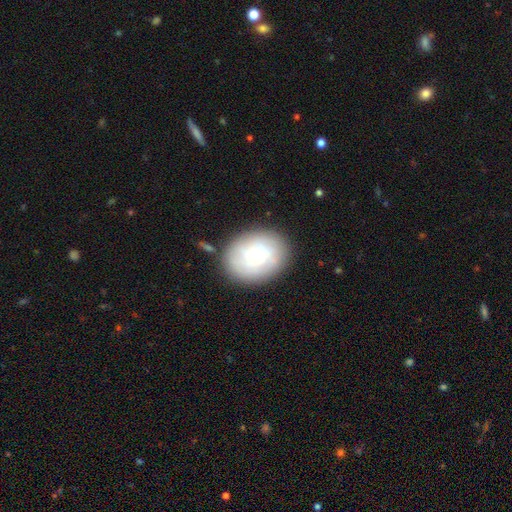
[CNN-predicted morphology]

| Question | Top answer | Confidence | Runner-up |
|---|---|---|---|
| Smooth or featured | smooth | 63% | featured or disk (29%) |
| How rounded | in between | 60% | round (39%) |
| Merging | none | 80% | minor disturbance (13%) |